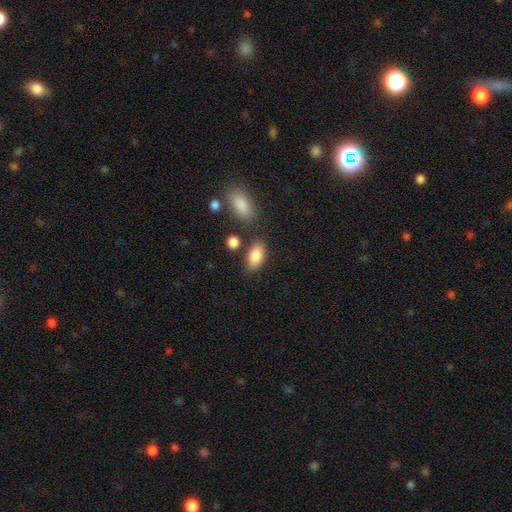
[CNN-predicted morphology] This is clearly a smooth galaxy (86%). How rounded: clearly in between (91%). Merging: likely none (75%).